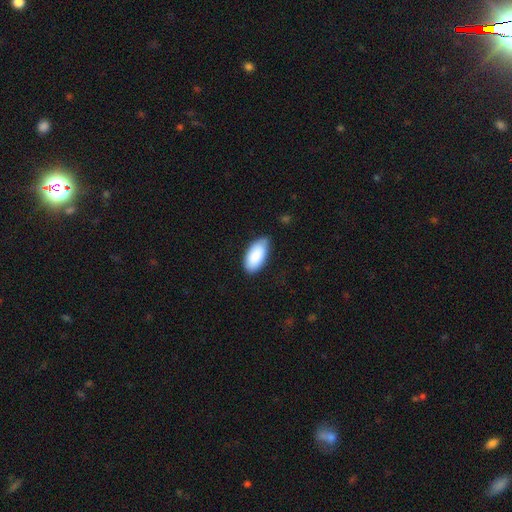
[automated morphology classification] The model was most divided on "merging": none: 73%, minor disturbance: 22%, major disturbance: 3%, merger: 1%. More confident: how rounded — in between (95%); smooth or featured — smooth (89%).